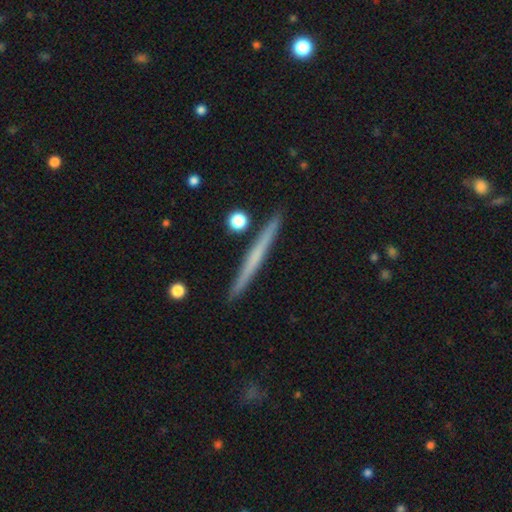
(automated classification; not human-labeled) smooth_or_featured: featured or disk (p=0.51) [alt: smooth p=0.43]
disk_edge_on: yes (p=0.98) [alt: no p=0.02]
merging: none (p=0.91) [alt: minor disturbance p=0.06]